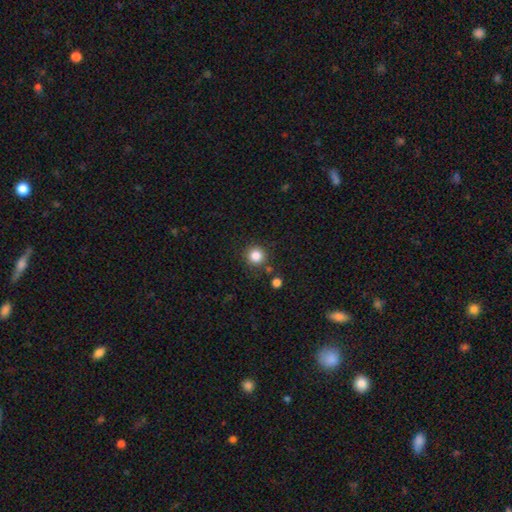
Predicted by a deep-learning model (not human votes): Smooth or featured: smooth — 84% (star or artifact — 11%)
How rounded: round — 94% (in between — 5%)
Merging: none — 85% (minor disturbance — 8%)